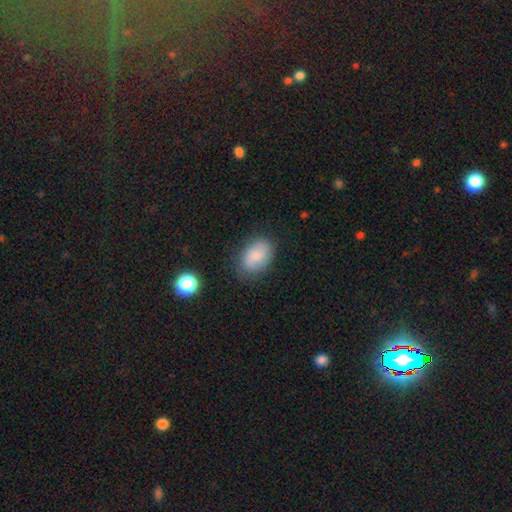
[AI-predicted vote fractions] A smooth galaxy with no disk features (76%) that is in between round and cigar-shaped (84%). Merging: none (75%).